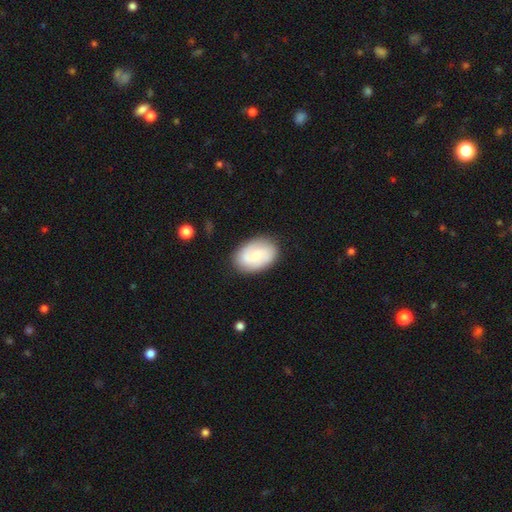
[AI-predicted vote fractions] Morphology: type=featured or disk (49%); merging=none (83%).